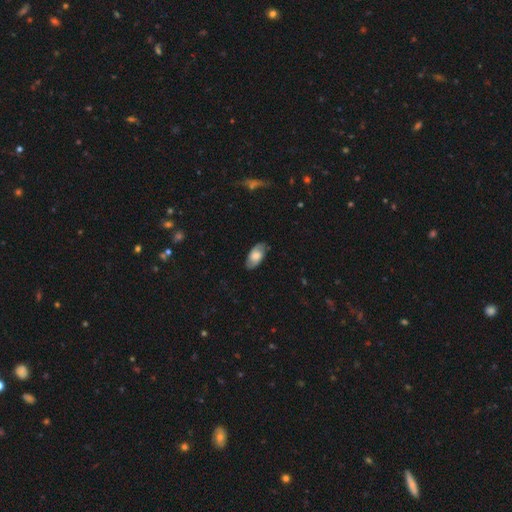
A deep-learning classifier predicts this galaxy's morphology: smooth 55%, featured or disk 38%, star or artifact 7%. Down the decision tree: how rounded — in between (93%); merging — none (81%).